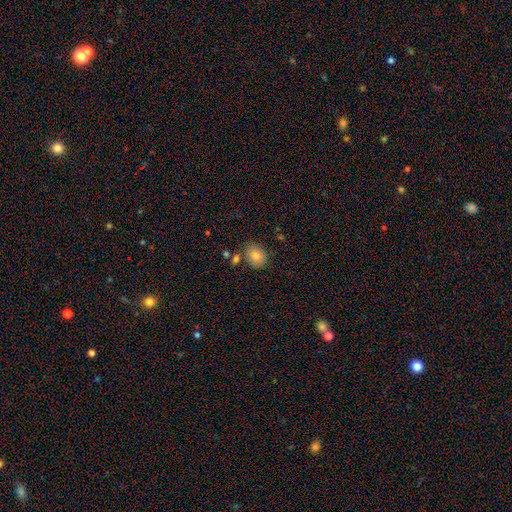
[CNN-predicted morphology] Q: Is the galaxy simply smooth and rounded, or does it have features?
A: smooth — 81%.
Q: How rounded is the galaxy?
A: in between — 55%.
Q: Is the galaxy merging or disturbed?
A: none — 75%.